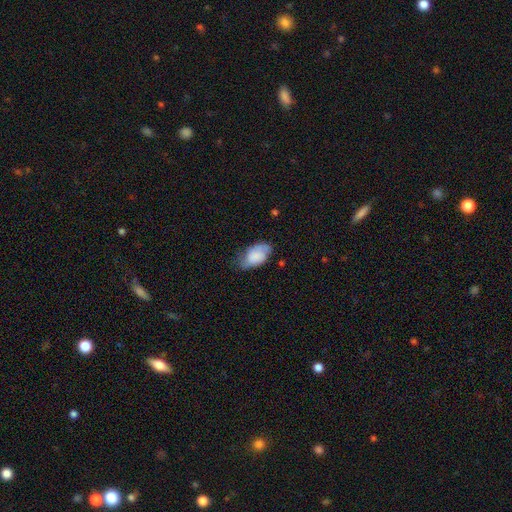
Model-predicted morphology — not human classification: smooth-or-featured: smooth: 67% | featured or disk: 26% | star or artifact: 7%
  how-rounded: in between: 92% | round: 6% | cigar-shaped: 2%
  merging: none: 48% | minor disturbance: 38% | major disturbance: 13% | merger: 2%